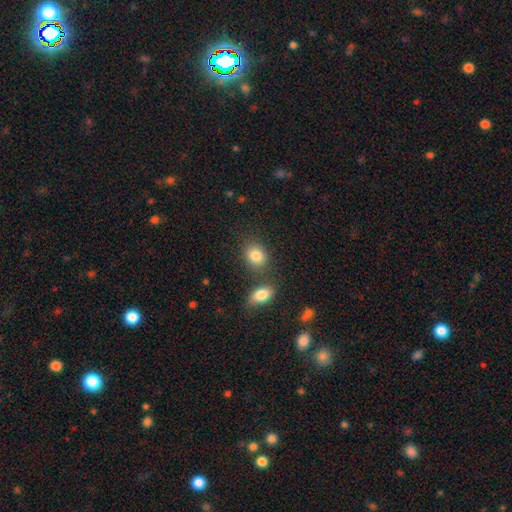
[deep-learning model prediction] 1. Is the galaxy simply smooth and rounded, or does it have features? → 84% smooth, 9% star or artifact, 7% featured or disk.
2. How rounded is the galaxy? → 50% in between, 49% round, 1% cigar-shaped.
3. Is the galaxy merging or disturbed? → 67% none, 18% merger, 11% minor disturbance, 4% major disturbance.